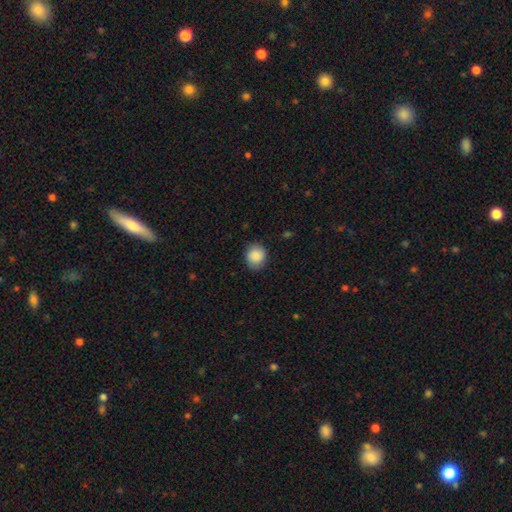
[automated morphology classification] A smooth galaxy with no disk features (88%) that is round (77%). Merging: none (83%).